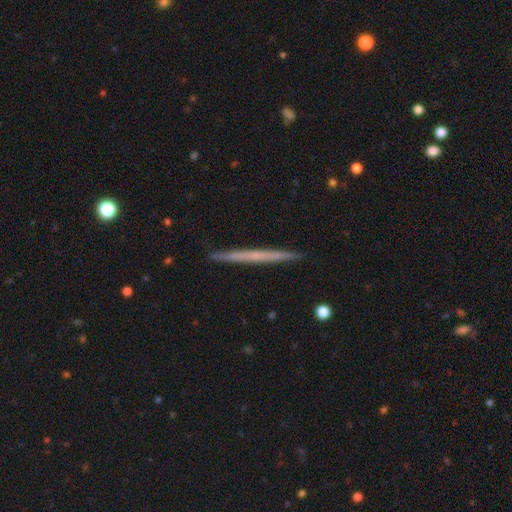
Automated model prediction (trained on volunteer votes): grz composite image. It shows a featured or disk galaxy (51%) viewed edge-on (98%). Merging: none (92%).